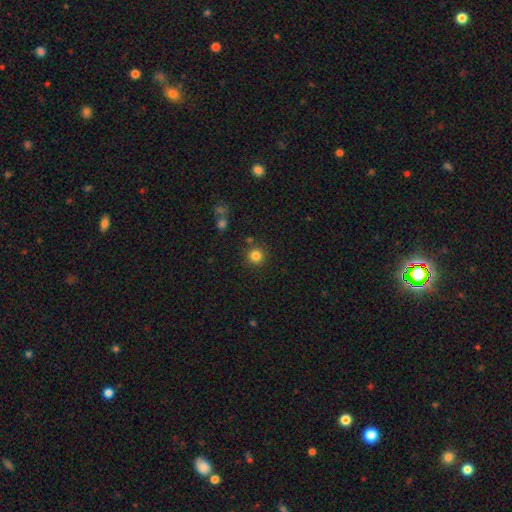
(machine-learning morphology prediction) type=smooth (83%); roundness=round (94%); merging=none (86%).